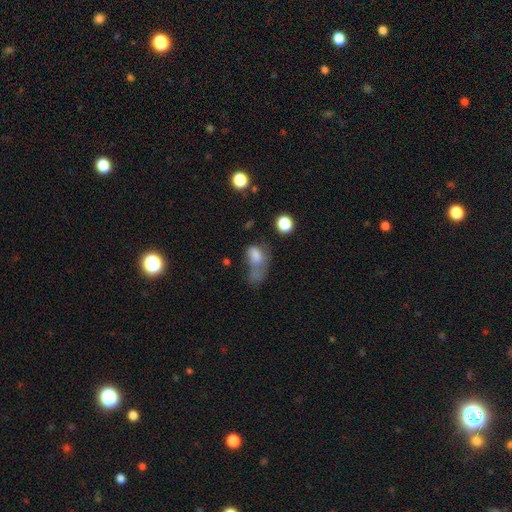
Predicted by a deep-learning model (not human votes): Smooth or featured? smooth (65%)
How rounded? in between (79%)
Merging? major disturbance (42%)